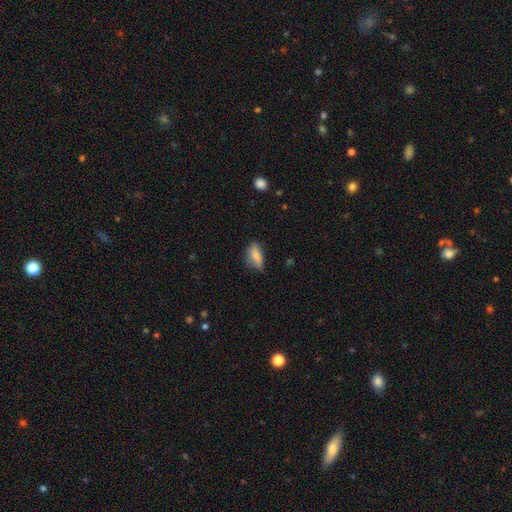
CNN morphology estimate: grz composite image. It shows a smooth galaxy with no disk features (81%) that is in between round and cigar-shaped (82%). Merging: none (61%).